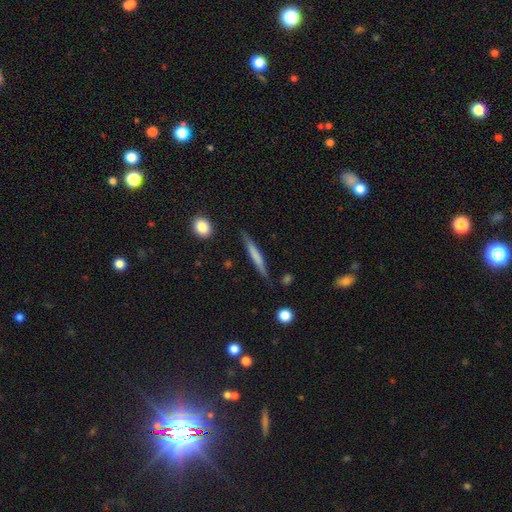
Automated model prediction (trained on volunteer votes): This is possibly a smooth galaxy (56%). How rounded: clearly cigar-shaped (94%). Merging: clearly none (84%).